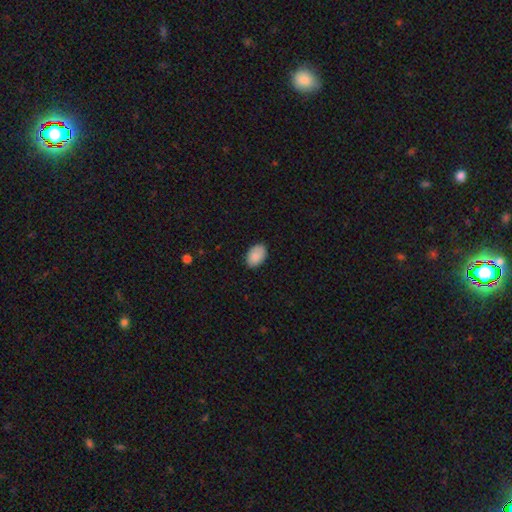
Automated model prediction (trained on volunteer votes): Smooth or featured?
  - smooth: 87% *
  - star or artifact: 7%
  - featured or disk: 6%
How rounded?
  - in between: 88% *
  - round: 11%
  - cigar-shaped: 1%
Merging?
  - none: 85% *
  - minor disturbance: 12%
  - major disturbance: 2%
  - merger: 1%